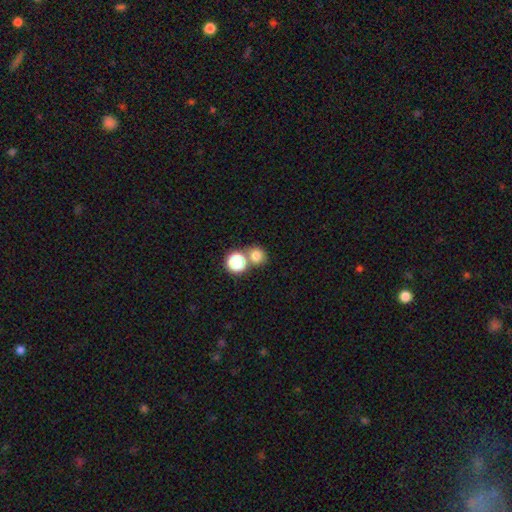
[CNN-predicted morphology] Smooth or featured? Predicted: smooth (p=0.76). How rounded? Predicted: round (p=0.84). Merging? Predicted: none (p=0.57).